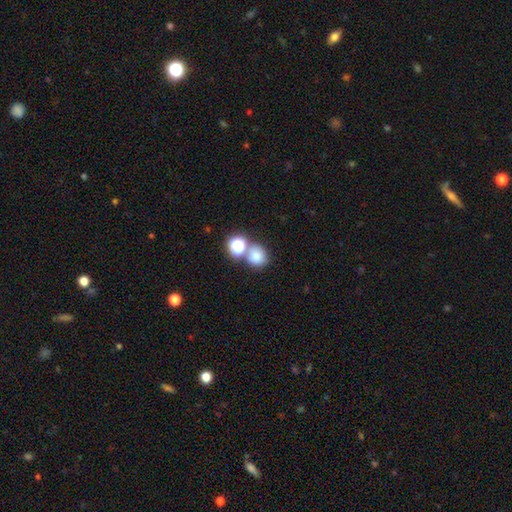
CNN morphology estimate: Smooth or featured? Predicted: smooth (p=0.76). How rounded? Predicted: round (p=0.78). Merging? Predicted: none (p=0.51).